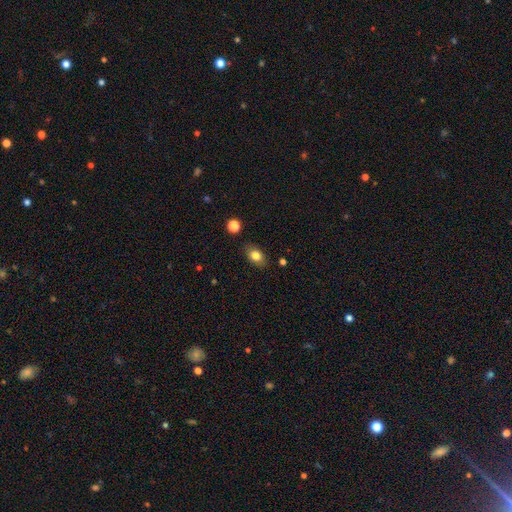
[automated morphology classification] smooth 80%, featured or disk 11%, star or artifact 9%. Down the decision tree: how rounded — in between (81%); merging — none (84%).